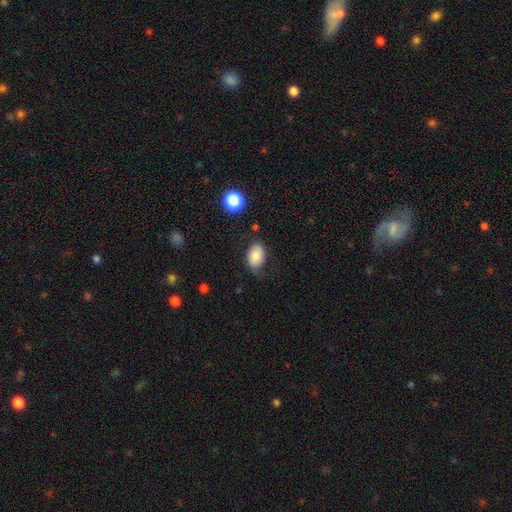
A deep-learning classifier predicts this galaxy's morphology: A smooth galaxy with no disk features (79%) that is in between round and cigar-shaped (87%).

Vote fractions:
- Smooth or featured? smooth: 79% / featured or disk: 12% / star or artifact: 8%
- How rounded? in between: 87% / round: 12% / cigar-shaped: 1%
- Merging? none: 59% / minor disturbance: 27% / major disturbance: 12% / merger: 3%